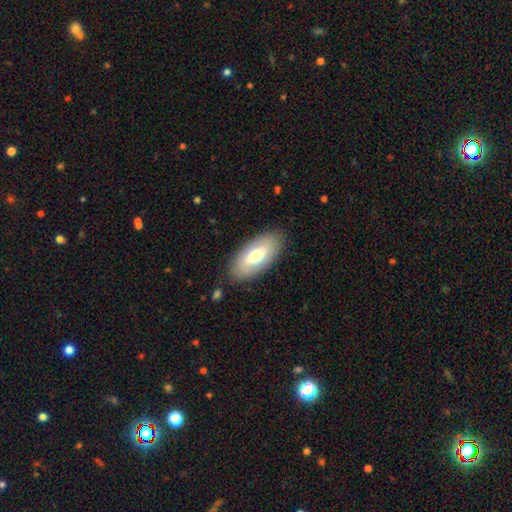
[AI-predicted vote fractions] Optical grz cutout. It shows a smooth galaxy with no disk features (65%) that is in between round and cigar-shaped (90%). Merging: none (86%).